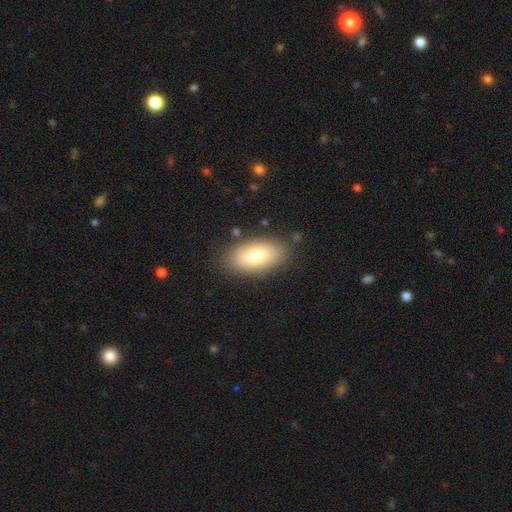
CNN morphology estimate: smooth-or-featured: smooth: 75% | featured or disk: 18% | star or artifact: 7%
  how-rounded: in between: 93% | round: 4% | cigar-shaped: 3%
  merging: none: 84% | minor disturbance: 11% | major disturbance: 3% | merger: 2%